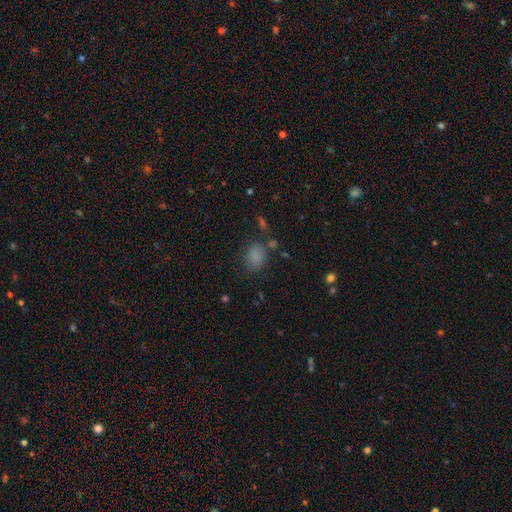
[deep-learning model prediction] smooth_or_featured: smooth (p=0.80) [alt: star or artifact p=0.15]
how_rounded: in between (p=0.61) [alt: round p=0.38]
merging: none (p=0.72) [alt: minor disturbance p=0.16]